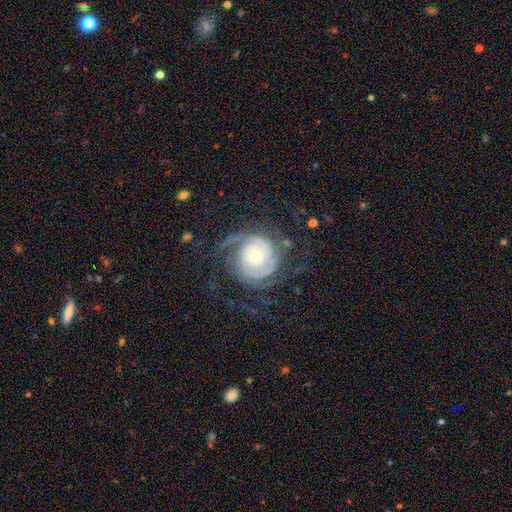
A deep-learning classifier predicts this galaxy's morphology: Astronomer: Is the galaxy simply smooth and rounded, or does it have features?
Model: featured or disk — 85%.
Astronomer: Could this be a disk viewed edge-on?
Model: no — 98%.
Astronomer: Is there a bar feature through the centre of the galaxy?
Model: no — 79%.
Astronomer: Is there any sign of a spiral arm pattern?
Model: yes — 95%.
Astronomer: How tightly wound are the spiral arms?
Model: tight — 56%.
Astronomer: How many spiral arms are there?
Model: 2 — 40% (runner-up: can't tell, 20%).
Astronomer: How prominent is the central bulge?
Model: moderate — 52% (runner-up: small, 41%).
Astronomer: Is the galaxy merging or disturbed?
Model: none — 62%.